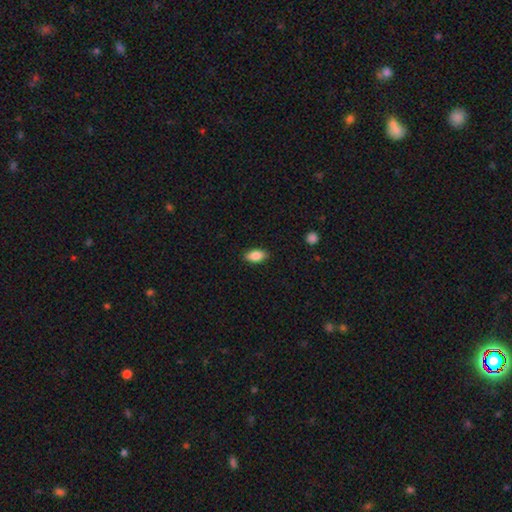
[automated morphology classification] The model was most divided on "smooth or featured": smooth: 85%, featured or disk: 8%, star or artifact: 7%. More confident: how rounded — in between (90%); merging — none (88%).